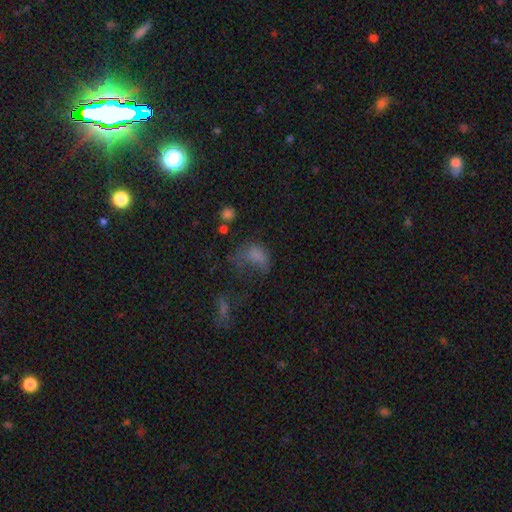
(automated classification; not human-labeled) Smooth or featured? smooth (62%)
How rounded? in between (73%)
Merging? major disturbance (51%)